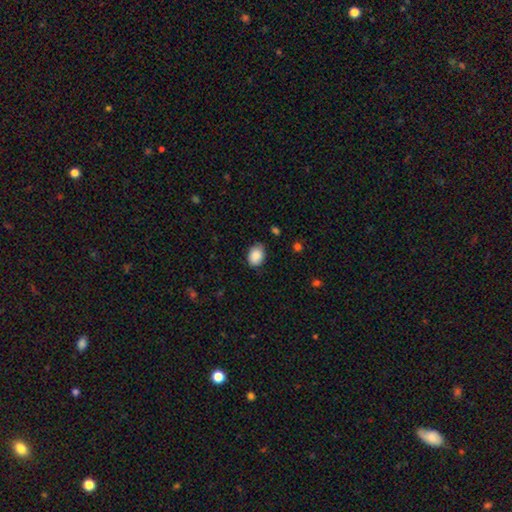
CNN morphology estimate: The model was most divided on "how rounded": in between: 77%, round: 22%, cigar-shaped: 1%. More confident: smooth or featured — smooth (89%); merging — none (79%).